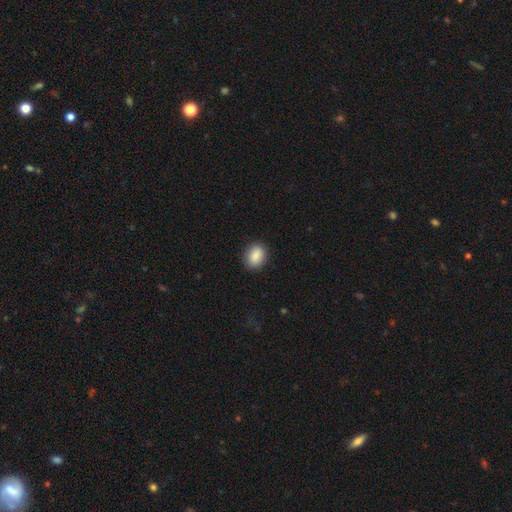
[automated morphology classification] A smooth galaxy with no disk features (88%) that is in between round and cigar-shaped (62%).

Vote fractions:
- Smooth or featured? smooth: 88% / star or artifact: 7% / featured or disk: 5%
- How rounded? in between: 62% / round: 36% / cigar-shaped: 1%
- Merging? none: 89% / minor disturbance: 8% / major disturbance: 2% / merger: 1%